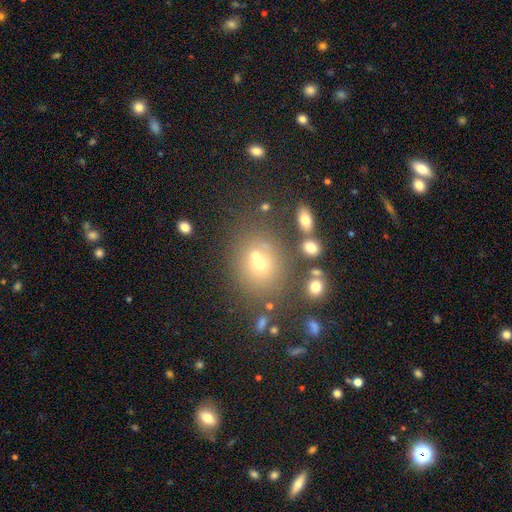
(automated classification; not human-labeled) A smooth galaxy with no disk features (63%) that is round (68%). Merging: none (53%).